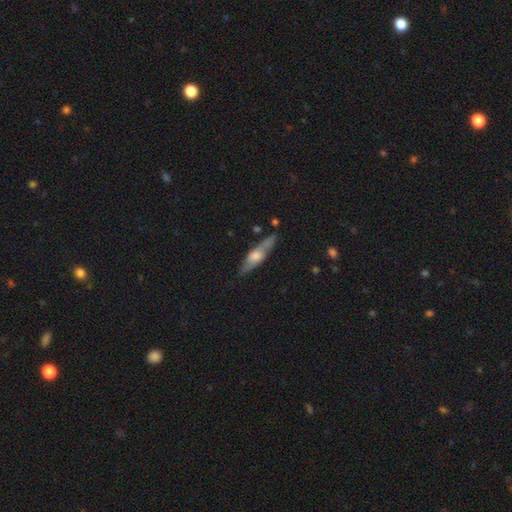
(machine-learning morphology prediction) The model was most divided on "smooth or featured": featured or disk: 57%, smooth: 37%, star or artifact: 6%. More confident: merging — none (81%); edge-on disk — yes (79%).